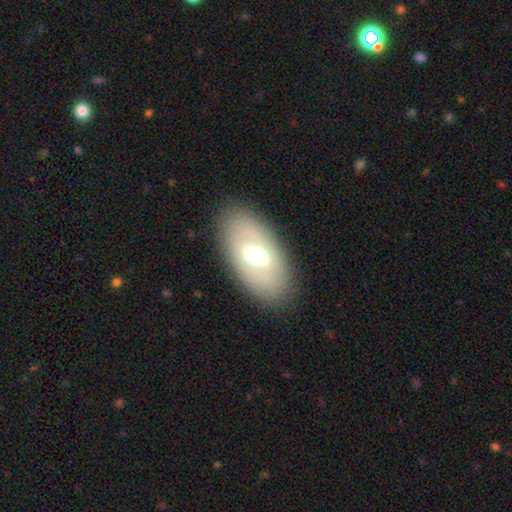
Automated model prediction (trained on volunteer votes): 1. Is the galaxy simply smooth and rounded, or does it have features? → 50% featured or disk, 43% smooth, 7% star or artifact.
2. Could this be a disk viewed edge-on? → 82% no, 18% yes.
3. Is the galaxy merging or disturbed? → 84% none, 10% minor disturbance, 4% major disturbance, 1% merger.